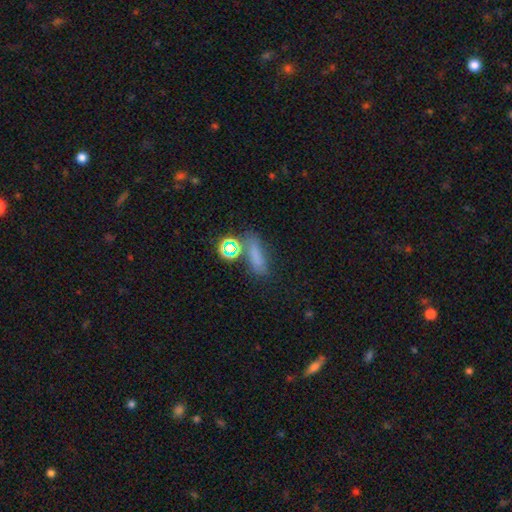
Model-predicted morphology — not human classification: A smooth galaxy with no disk features (66%) that is in between round and cigar-shaped (43%).

Vote fractions:
- Smooth or featured? smooth: 66% / star or artifact: 23% / featured or disk: 11%
- How rounded? in between: 43% / cigar-shaped: 41% / round: 16%
- Merging? none: 59% / minor disturbance: 17% / merger: 15% / major disturbance: 9%